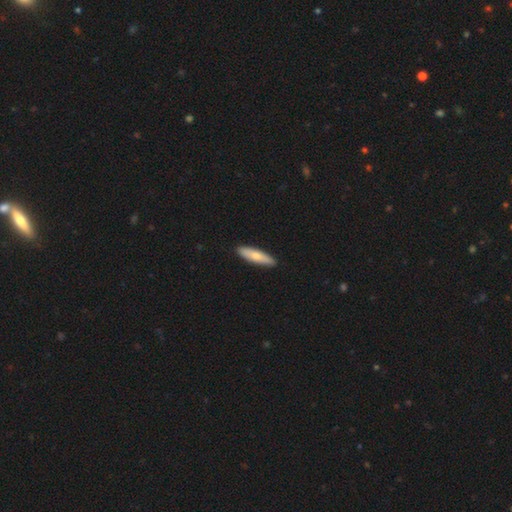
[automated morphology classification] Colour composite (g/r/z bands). It shows a smooth galaxy with no disk features (68%) that is cigar-shaped (72%). Merging: none (91%).